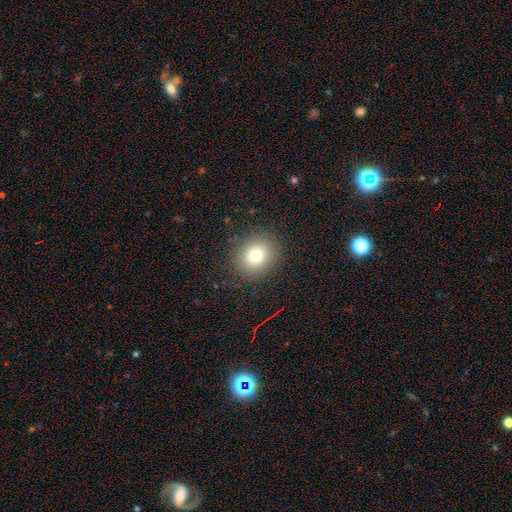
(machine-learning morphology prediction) Smooth or featured: smooth — 77% (star or artifact — 14%)
How rounded: round — 79% (in between — 20%)
Merging: none — 87% (minor disturbance — 8%)